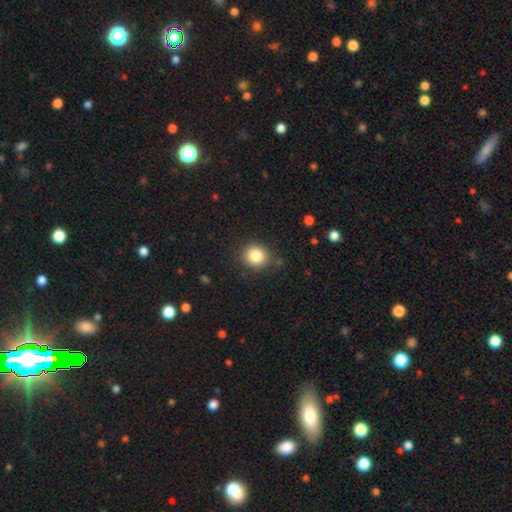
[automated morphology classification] type=smooth (84%); roundness=round (82%); merging=none (87%).